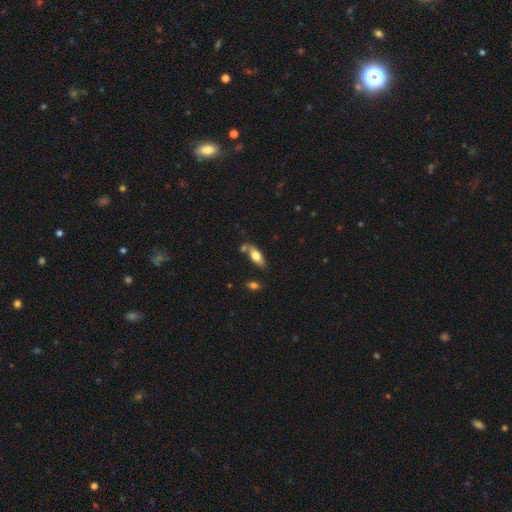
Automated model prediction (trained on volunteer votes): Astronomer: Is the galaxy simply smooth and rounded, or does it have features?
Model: smooth — 66%.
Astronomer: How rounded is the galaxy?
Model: in between — 76%.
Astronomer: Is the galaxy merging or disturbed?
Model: none — 65%.